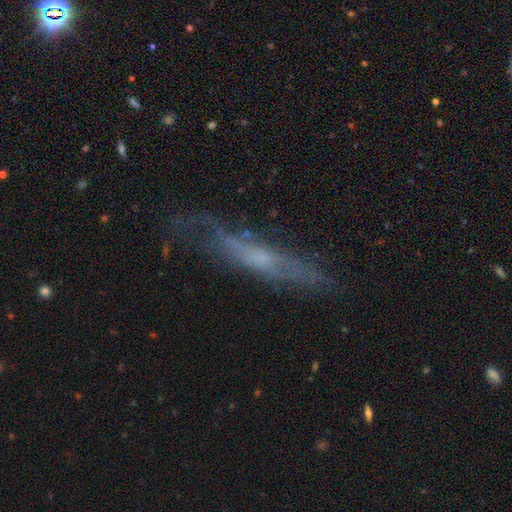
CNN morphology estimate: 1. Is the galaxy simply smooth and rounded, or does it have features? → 60% featured or disk, 32% smooth, 9% star or artifact.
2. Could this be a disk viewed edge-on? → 69% yes, 31% no.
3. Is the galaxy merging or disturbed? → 62% none, 24% minor disturbance, 11% major disturbance, 2% merger.